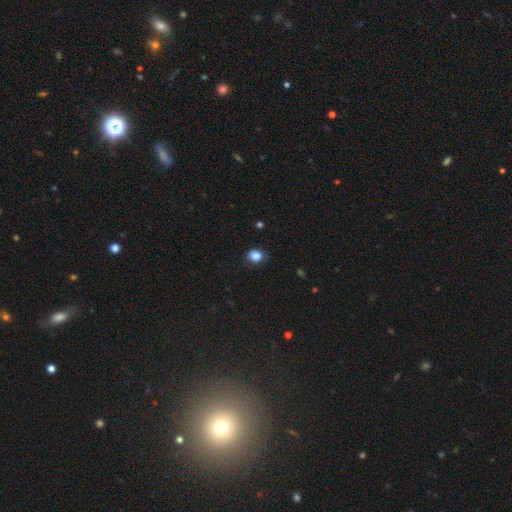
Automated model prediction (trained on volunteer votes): A smooth galaxy with no disk features (86%) that is round (57%). Merging: none (82%).